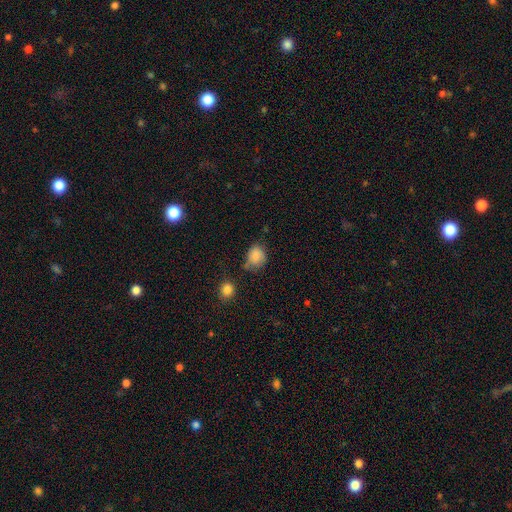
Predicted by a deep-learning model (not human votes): smooth_or_featured: smooth (p=0.83) [alt: star or artifact p=0.10]
how_rounded: round (p=0.56) [alt: in between p=0.43]
merging: none (p=0.56) [alt: minor disturbance p=0.31]